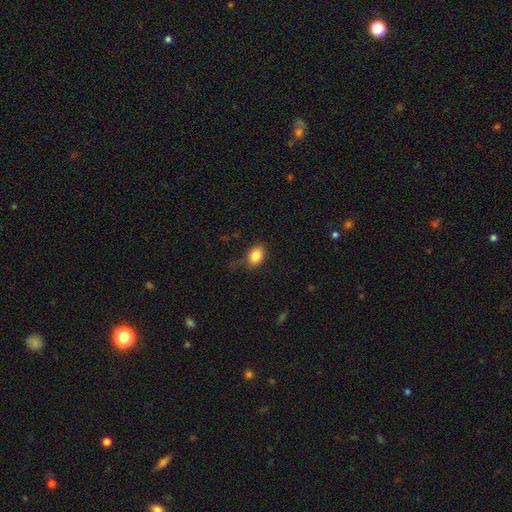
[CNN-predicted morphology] A smooth galaxy with no disk features (84%) that is in between round and cigar-shaped (63%).

Vote fractions:
- Smooth or featured? smooth: 84% / star or artifact: 9% / featured or disk: 7%
- How rounded? in between: 63% / round: 36% / cigar-shaped: 1%
- Merging? none: 67% / minor disturbance: 23% / major disturbance: 8% / merger: 2%